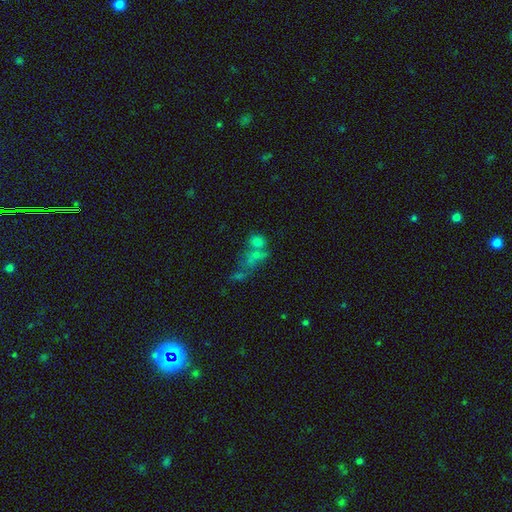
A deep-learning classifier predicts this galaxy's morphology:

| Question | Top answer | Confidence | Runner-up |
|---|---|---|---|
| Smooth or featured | smooth | 55% | star or artifact (23%) |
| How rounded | in between | 55% | round (40%) |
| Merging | merger | 52% | none (27%) |